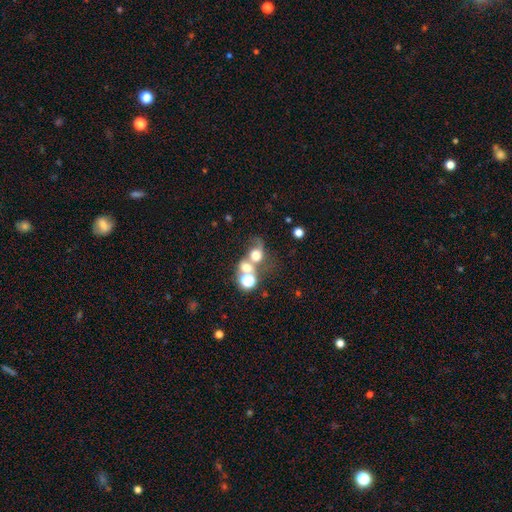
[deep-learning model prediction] The model was most divided on "merging": merger: 49%, none: 26%, major disturbance: 16%, minor disturbance: 10%. More confident: how rounded — round (66%); smooth or featured — smooth (53%).